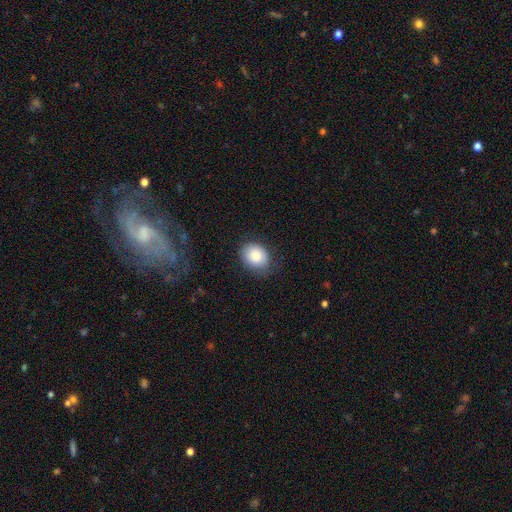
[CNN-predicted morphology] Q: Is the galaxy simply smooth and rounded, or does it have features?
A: smooth — 86%.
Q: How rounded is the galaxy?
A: round — 51%.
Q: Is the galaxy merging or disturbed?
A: none — 74%.